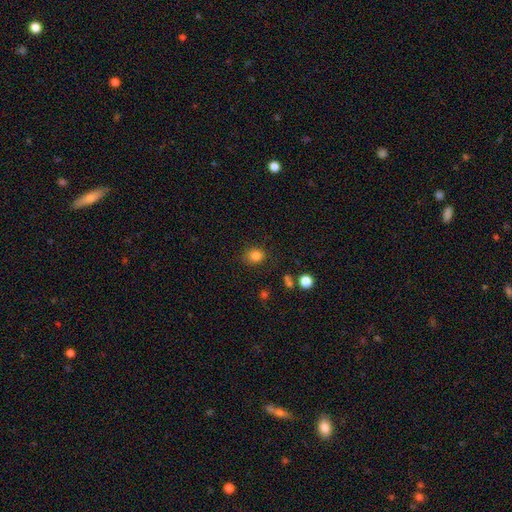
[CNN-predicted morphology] smooth 83%, star or artifact 12%, featured or disk 5%. Down the decision tree: how rounded — round (68%); merging — none (81%).